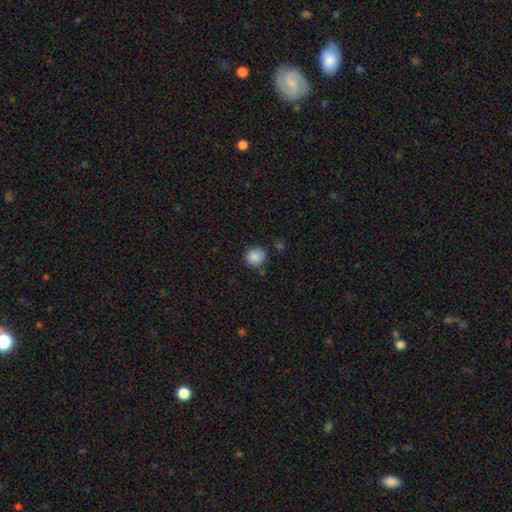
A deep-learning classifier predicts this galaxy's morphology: This appears to be a smooth galaxy with no disk features (87%) that is round (90%). Merging: none (80%).